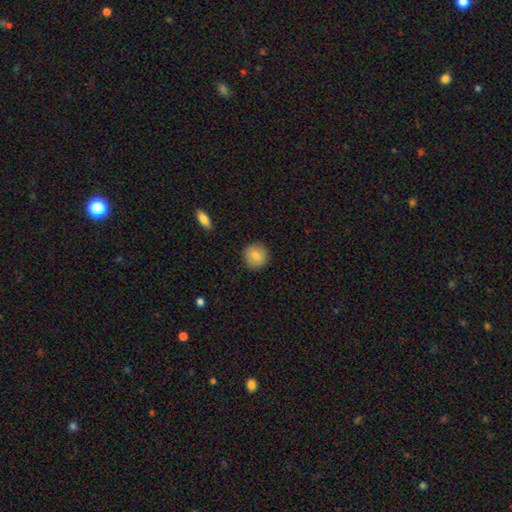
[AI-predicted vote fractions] Overall: smooth (83%). How rounded: round (91%). Merging: none (89%).